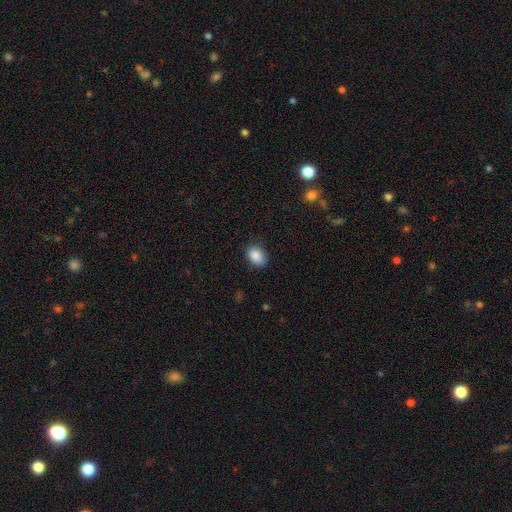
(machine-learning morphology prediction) Smooth or featured: smooth — 88% (star or artifact — 8%)
How rounded: in between — 74% (round — 25%)
Merging: none — 82% (minor disturbance — 14%)